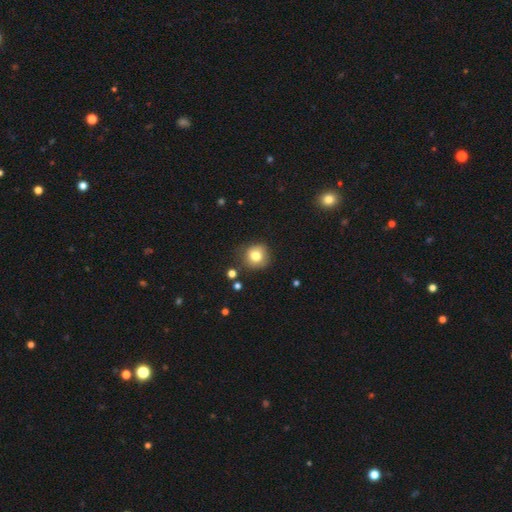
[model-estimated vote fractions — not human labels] Morphology: type=smooth (78%); roundness=round (89%); merging=none (79%).